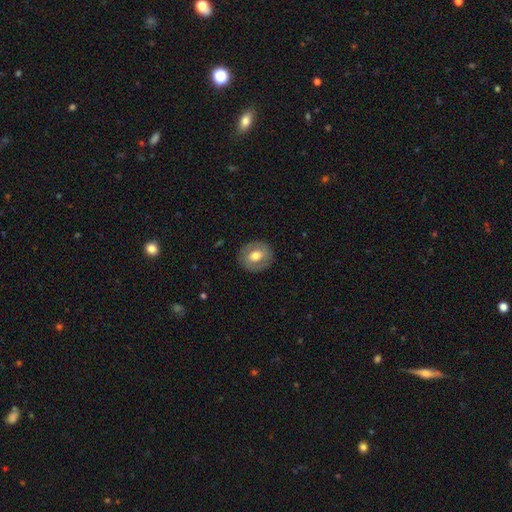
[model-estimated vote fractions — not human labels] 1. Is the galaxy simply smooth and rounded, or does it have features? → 55% smooth, 38% featured or disk, 7% star or artifact.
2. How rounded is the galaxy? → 67% round, 32% in between, 1% cigar-shaped.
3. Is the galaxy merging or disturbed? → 85% none, 11% minor disturbance, 4% major disturbance, 1% merger.